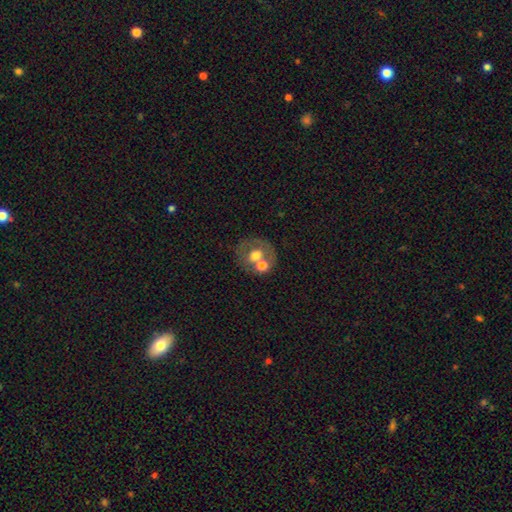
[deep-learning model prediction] A smooth galaxy with no disk features (50%). Merging: none (49%).